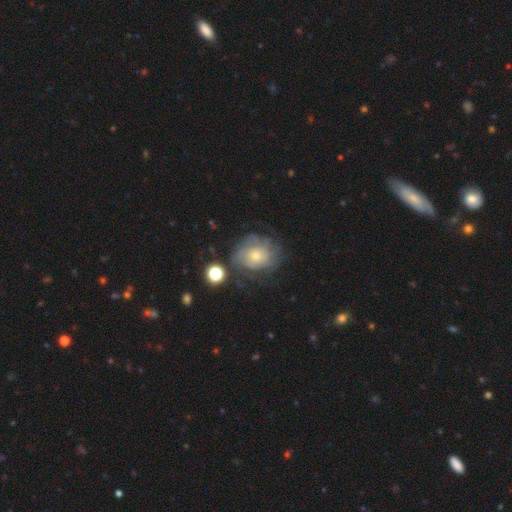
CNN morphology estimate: smooth-or-featured: featured or disk: 58% | smooth: 33% | star or artifact: 10%
  disk-edge-on: no: 97% | yes: 3%
    bar: no: 86% | weak: 12% | strong: 2%
    has-spiral-arms: yes: 72% | no: 28%
    bulge-size: small: 60% | moderate: 34% | large: 3% | none: 2% | dominant: 1%
  merging: none: 59% | minor disturbance: 22% | major disturbance: 15% | merger: 4%